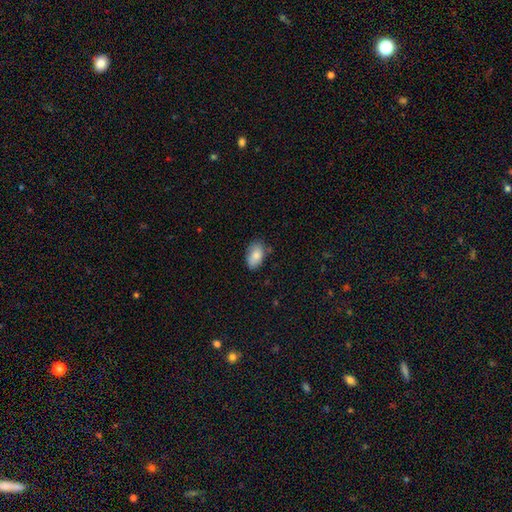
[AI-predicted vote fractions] smooth_or_featured: smooth (p=0.84) [alt: featured or disk p=0.09]
how_rounded: in between (p=0.92) [alt: round p=0.07]
merging: none (p=0.72) [alt: minor disturbance p=0.22]